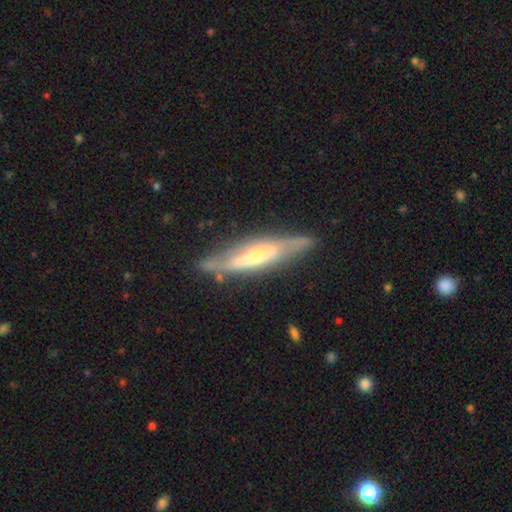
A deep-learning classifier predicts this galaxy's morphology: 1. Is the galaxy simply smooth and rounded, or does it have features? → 69% featured or disk, 25% smooth, 6% star or artifact.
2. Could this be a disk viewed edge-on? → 68% yes, 32% no.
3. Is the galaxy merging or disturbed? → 74% none, 18% minor disturbance, 5% major disturbance, 3% merger.